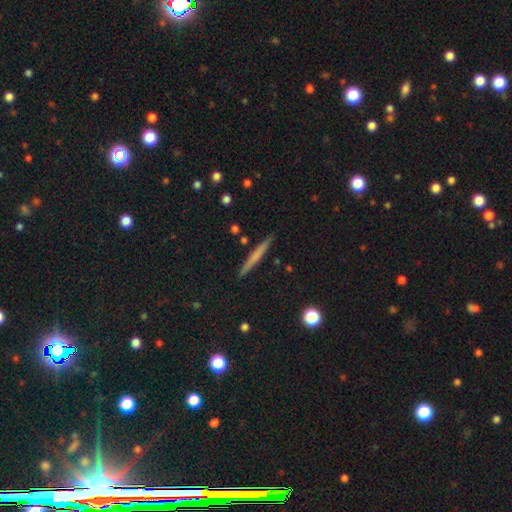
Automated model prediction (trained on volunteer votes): smooth 56%, featured or disk 37%, star or artifact 7%. Down the decision tree: how rounded — cigar-shaped (95%); merging — none (91%).